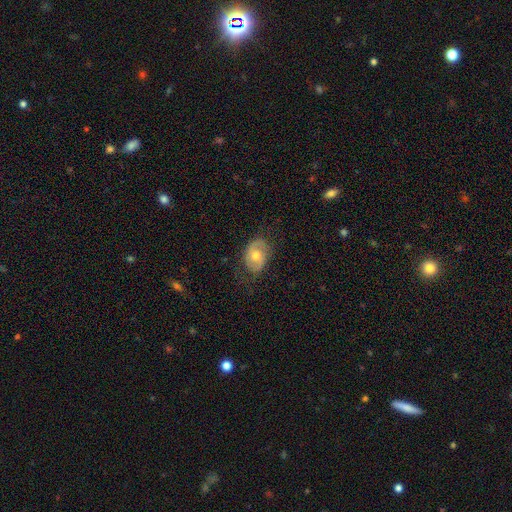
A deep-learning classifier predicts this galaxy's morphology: Q: Smooth or featured?
A: featured or disk (53%); runner-up: smooth (40%)
Q: Edge-on disk?
A: no (96%); runner-up: yes (4%)
Q: Bar?
A: no (63%); runner-up: weak (31%)
Q: Spiral arms?
A: yes (70%); runner-up: no (30%)
Q: Bulge size?
A: moderate (75%); runner-up: small (18%)
Q: Merging?
A: none (68%); runner-up: minor disturbance (22%)